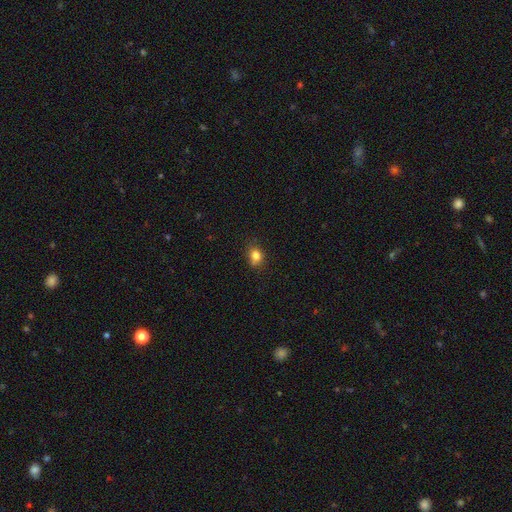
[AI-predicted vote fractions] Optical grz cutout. It shows a smooth galaxy with no disk features (81%) that is round (55%). Merging: none (70%).